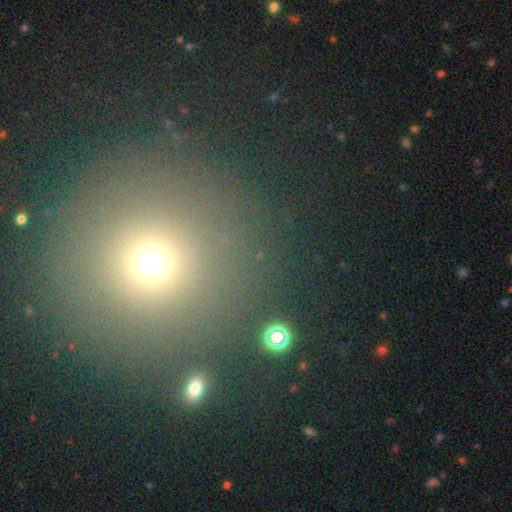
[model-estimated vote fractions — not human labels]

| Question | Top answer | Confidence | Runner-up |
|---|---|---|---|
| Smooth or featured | smooth | 60% | star or artifact (32%) |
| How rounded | round | 93% | in between (6%) |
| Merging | none | 84% | minor disturbance (7%) |